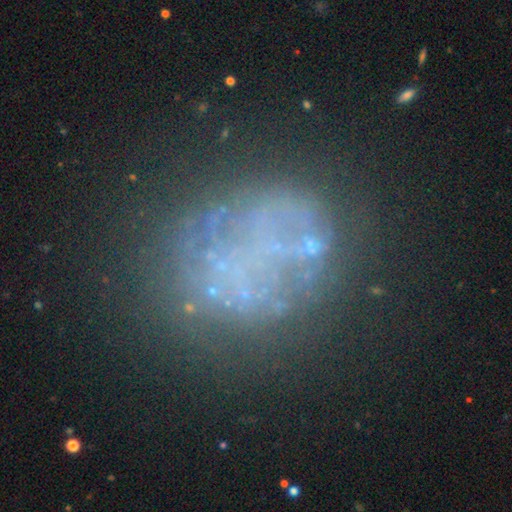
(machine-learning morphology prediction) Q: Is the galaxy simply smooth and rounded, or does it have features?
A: featured or disk — 50%.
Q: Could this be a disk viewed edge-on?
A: no — 97%.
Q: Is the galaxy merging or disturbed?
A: none — 60%.